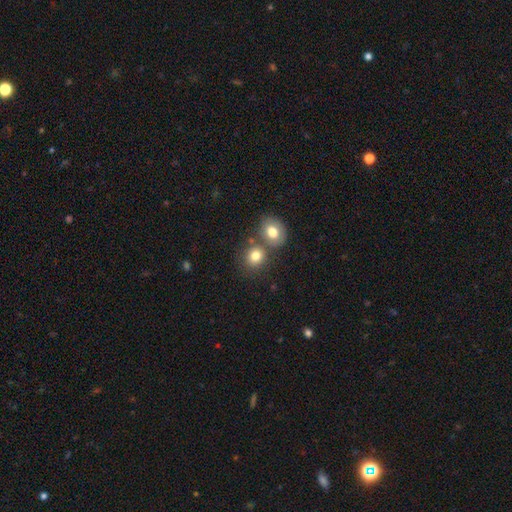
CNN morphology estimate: Overall: smooth (79%). How rounded: round (74%). Merging: none (55%; merger 32%).